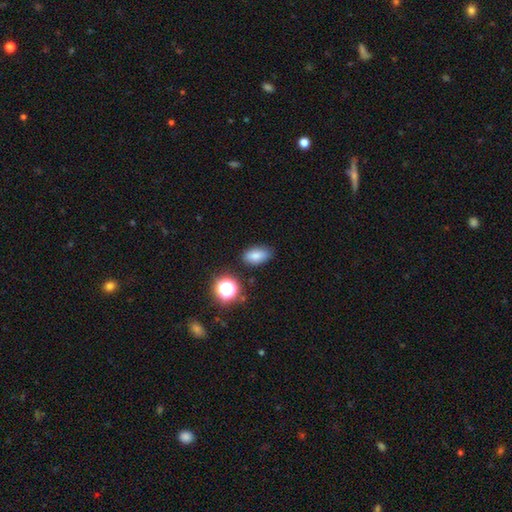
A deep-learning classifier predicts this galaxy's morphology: smooth_or_featured: smooth (p=0.80) [alt: star or artifact p=0.12]
how_rounded: in between (p=0.88) [alt: round p=0.09]
merging: none (p=0.80) [alt: minor disturbance p=0.14]